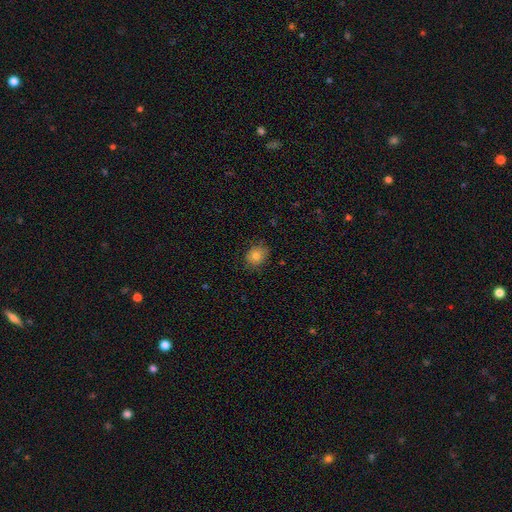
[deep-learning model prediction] Overall: smooth (80%). How rounded: round (63%; in between 36%). Merging: none (81%).